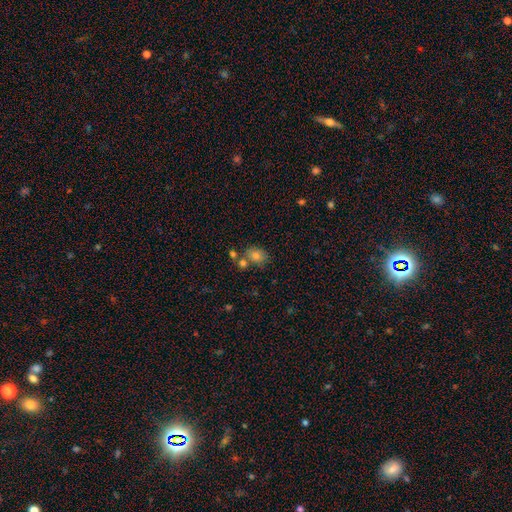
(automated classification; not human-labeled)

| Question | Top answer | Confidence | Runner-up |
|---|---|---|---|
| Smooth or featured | smooth | 72% | star or artifact (15%) |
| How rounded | in between | 56% | round (42%) |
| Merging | none | 62% | merger (21%) |